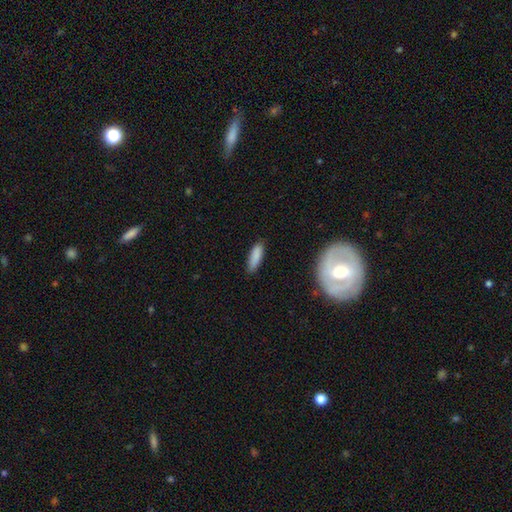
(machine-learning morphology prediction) This appears to be a smooth galaxy with no disk features (87%) that is in between round and cigar-shaped (51%). Merging: none (82%).